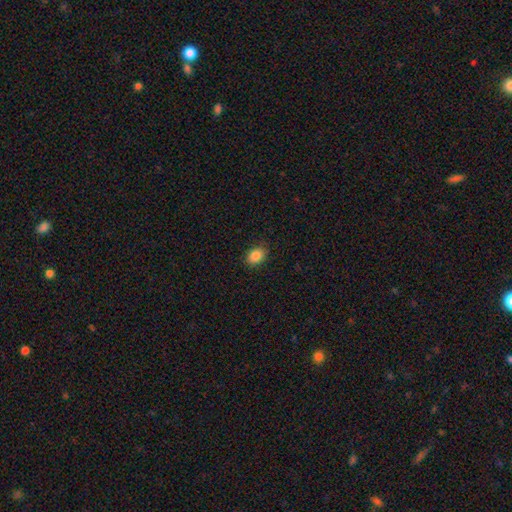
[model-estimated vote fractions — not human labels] The model was most divided on "how rounded": in between: 66%, round: 33%, cigar-shaped: 1%. More confident: merging — none (86%); smooth or featured — smooth (86%).